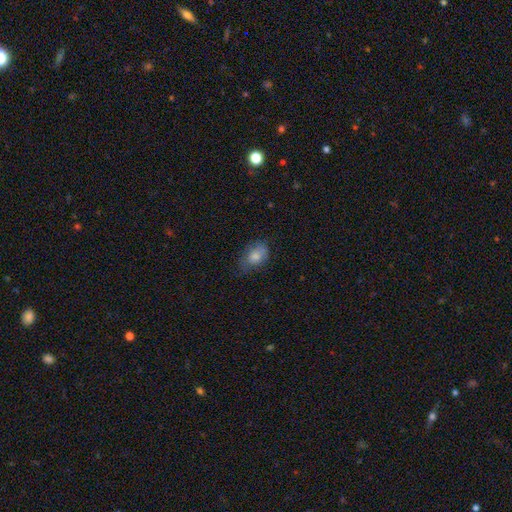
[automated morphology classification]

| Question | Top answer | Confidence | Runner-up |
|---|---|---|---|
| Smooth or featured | smooth | 79% | featured or disk (12%) |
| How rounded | in between | 81% | round (17%) |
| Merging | none | 58% | minor disturbance (31%) |